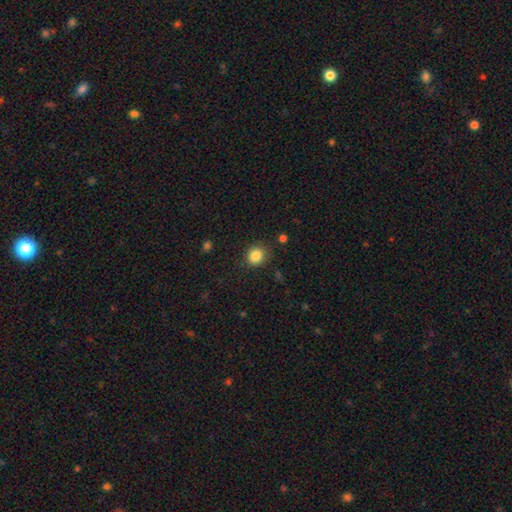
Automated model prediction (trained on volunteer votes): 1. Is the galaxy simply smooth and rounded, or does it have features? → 85% smooth, 10% star or artifact, 5% featured or disk.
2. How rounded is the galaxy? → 77% round, 22% in between, 1% cigar-shaped.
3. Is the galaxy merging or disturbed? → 84% none, 12% minor disturbance, 3% major disturbance, 2% merger.